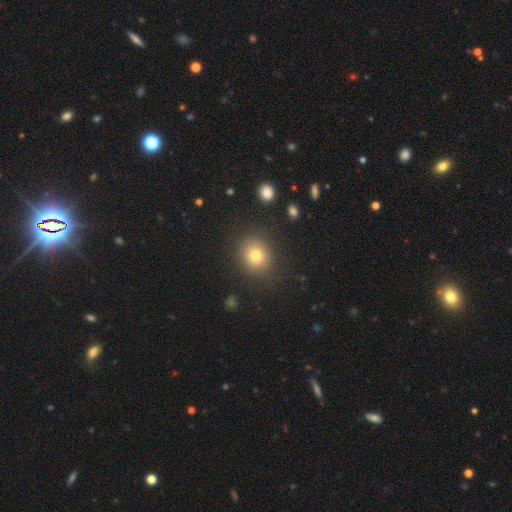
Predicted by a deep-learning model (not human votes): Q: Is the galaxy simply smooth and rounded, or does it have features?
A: smooth — 77%.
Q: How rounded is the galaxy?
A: round — 77%.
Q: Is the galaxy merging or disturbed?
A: none — 86%.